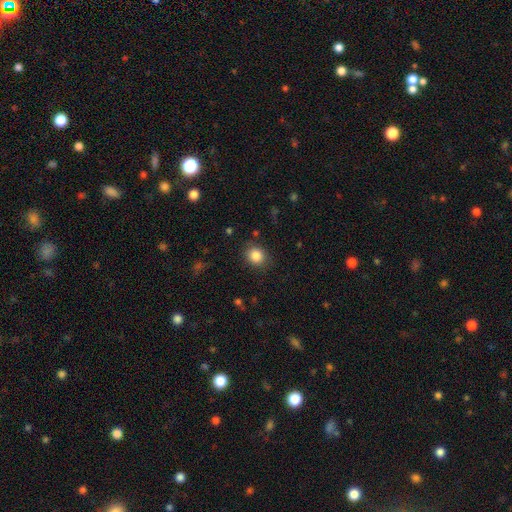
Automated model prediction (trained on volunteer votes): Morphology: type=smooth (85%); roundness=round (73%); merging=none (84%).